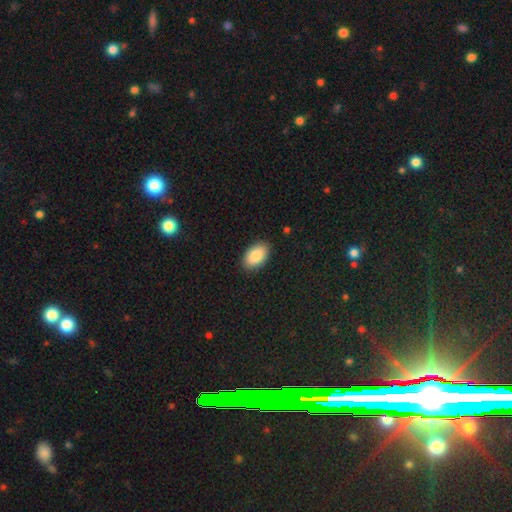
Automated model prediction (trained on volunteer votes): smooth 87%, star or artifact 6%, featured or disk 6%. Down the decision tree: how rounded — in between (94%); merging — none (88%).